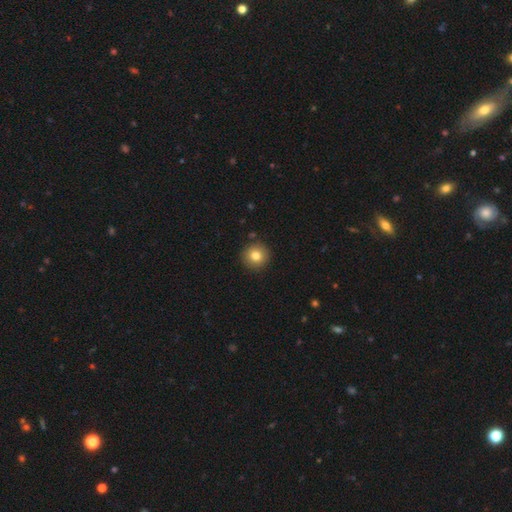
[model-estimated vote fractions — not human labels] The model was most divided on "smooth or featured": smooth: 80%, star or artifact: 10%, featured or disk: 10%. More confident: how rounded — round (95%); merging — none (91%).